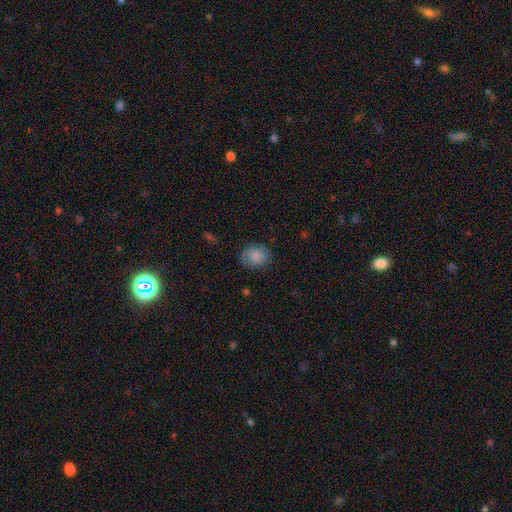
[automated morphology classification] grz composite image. It shows a smooth galaxy with no disk features (84%) that is round (61%). Merging: none (79%).